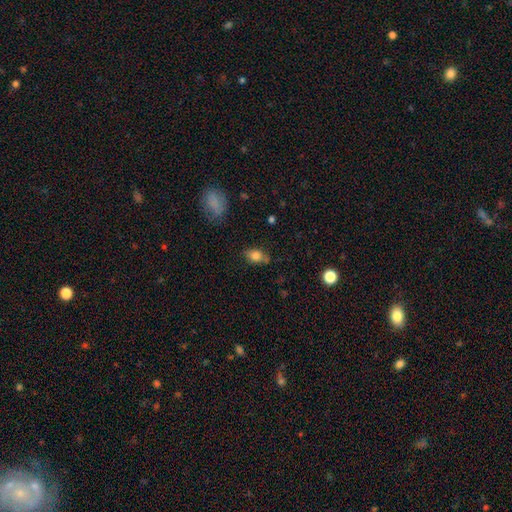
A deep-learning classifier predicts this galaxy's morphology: Smooth or featured? Predicted: smooth (p=0.79). How rounded? Predicted: in between (p=0.78). Merging? Predicted: none (p=0.70).